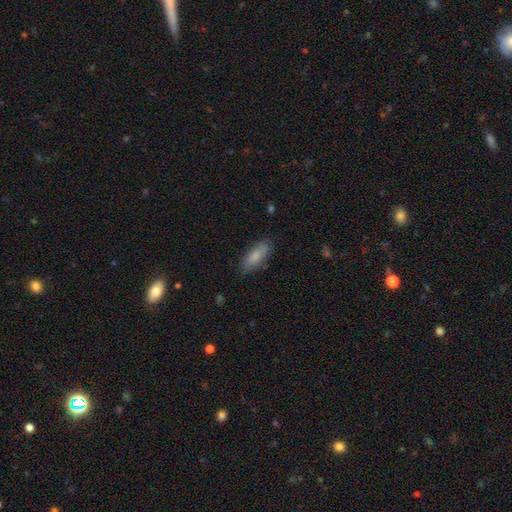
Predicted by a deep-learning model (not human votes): Overall: smooth (81%). How rounded: in between (72%). Merging: none (80%).